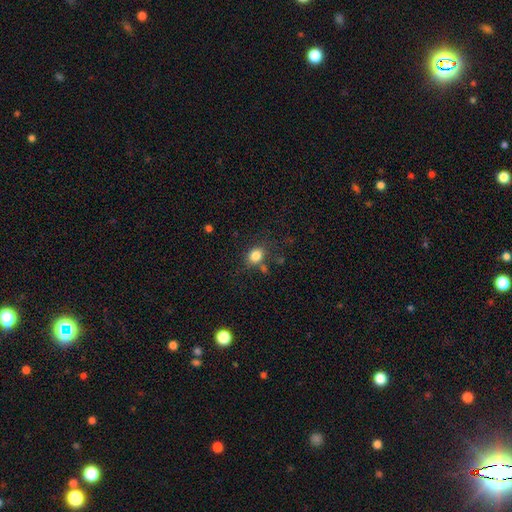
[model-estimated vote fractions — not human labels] smooth_or_featured: smooth (p=0.82) [alt: star or artifact p=0.11]
how_rounded: round (p=0.50) [alt: in between p=0.49]
merging: none (p=0.71) [alt: minor disturbance p=0.15]